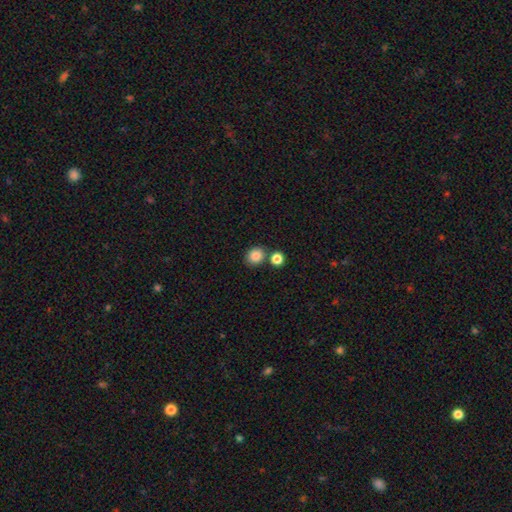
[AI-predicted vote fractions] A smooth galaxy with no disk features (86%) that is round (76%). Merging: none (72%).